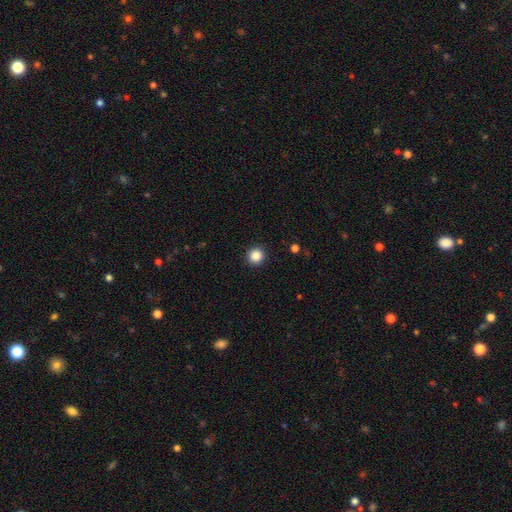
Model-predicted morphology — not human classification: Q: Smooth or featured?
A: smooth (86%); runner-up: star or artifact (11%)
Q: How rounded?
A: round (95%); runner-up: in between (4%)
Q: Merging?
A: none (92%); runner-up: minor disturbance (5%)